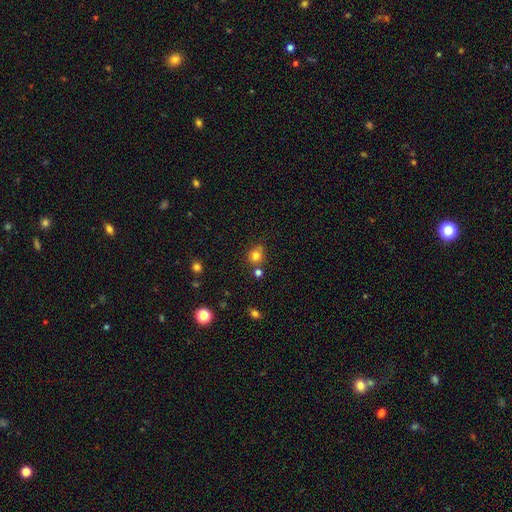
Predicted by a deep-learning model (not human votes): The model was most divided on "merging": none: 67%, merger: 15%, minor disturbance: 14%, major disturbance: 4%. More confident: how rounded — round (86%); smooth or featured — smooth (78%).